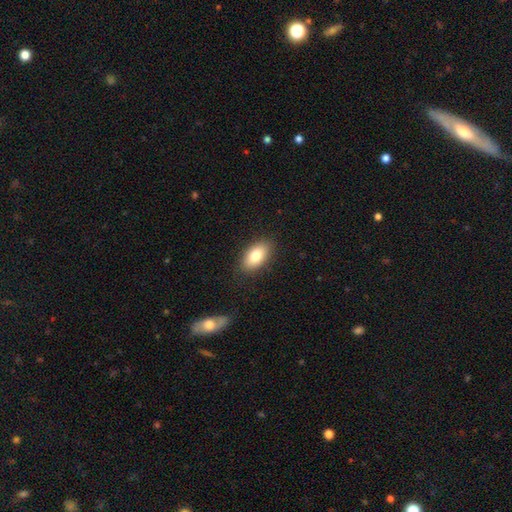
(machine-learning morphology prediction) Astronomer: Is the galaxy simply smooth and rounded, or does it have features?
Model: smooth — 80%.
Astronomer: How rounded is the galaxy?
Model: in between — 92%.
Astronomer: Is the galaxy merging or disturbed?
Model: none — 87%.